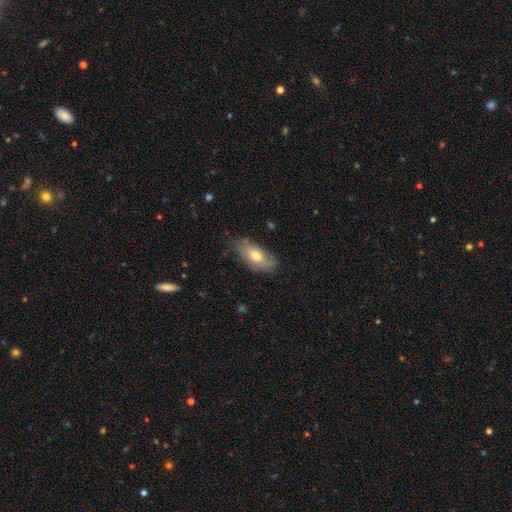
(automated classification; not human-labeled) smooth-or-featured: smooth: 61% | featured or disk: 32% | star or artifact: 7%
  how-rounded: in between: 86% | cigar-shaped: 10% | round: 4%
  merging: none: 70% | minor disturbance: 23% | major disturbance: 5% | merger: 1%